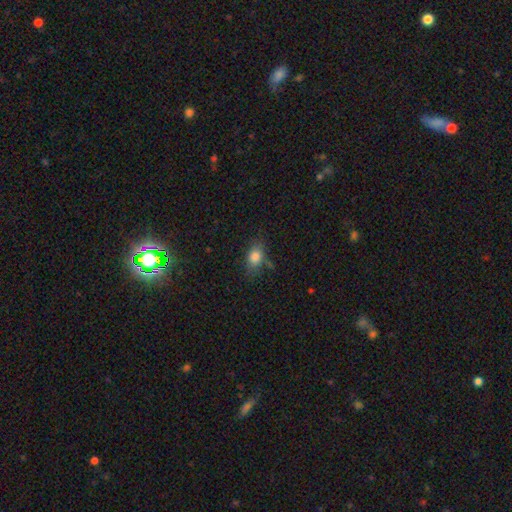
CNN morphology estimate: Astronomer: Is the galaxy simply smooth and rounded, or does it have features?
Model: smooth — 82%.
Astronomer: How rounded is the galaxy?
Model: in between — 76%.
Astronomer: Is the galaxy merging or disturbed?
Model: none — 68%.